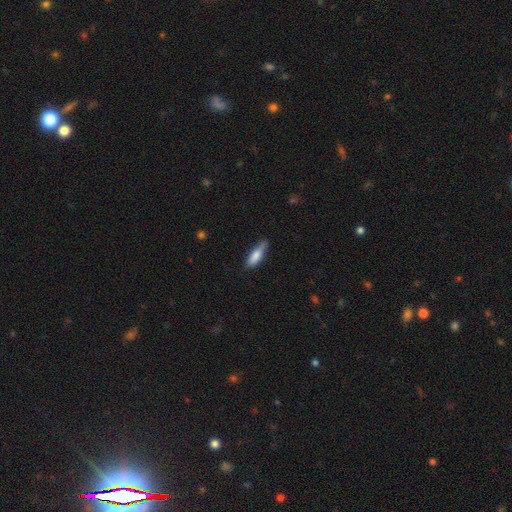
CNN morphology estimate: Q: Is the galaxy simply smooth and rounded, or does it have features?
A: smooth — 77%.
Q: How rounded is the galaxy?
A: cigar-shaped — 51%.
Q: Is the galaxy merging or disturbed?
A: none — 56%.